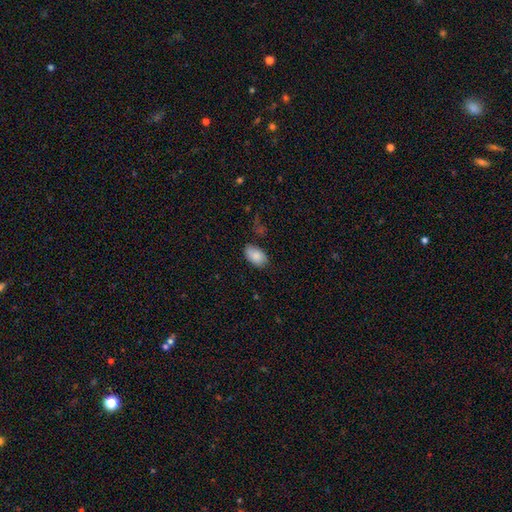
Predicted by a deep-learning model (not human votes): Smooth or featured?
  - smooth: 85% *
  - featured or disk: 8%
  - star or artifact: 7%
How rounded?
  - in between: 93% *
  - round: 6%
  - cigar-shaped: 1%
Merging?
  - none: 77% *
  - minor disturbance: 17%
  - major disturbance: 4%
  - merger: 2%